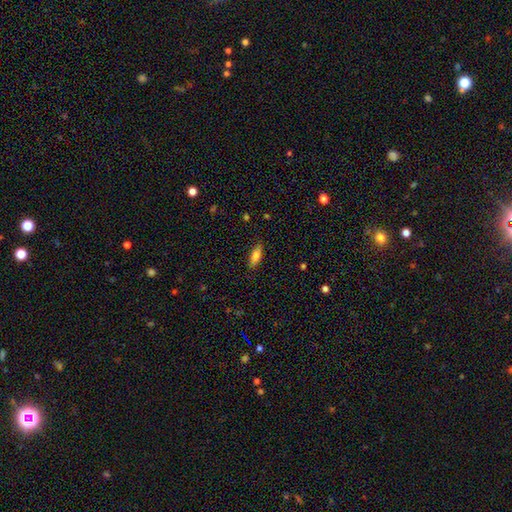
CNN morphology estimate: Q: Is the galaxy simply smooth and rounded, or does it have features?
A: smooth — 82%.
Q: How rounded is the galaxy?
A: in between — 74%.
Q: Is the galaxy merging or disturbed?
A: none — 86%.